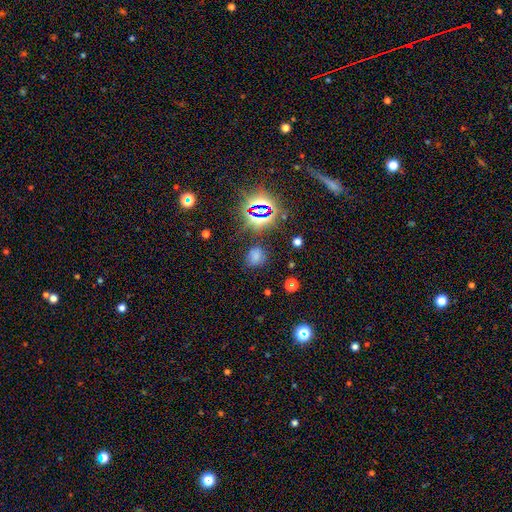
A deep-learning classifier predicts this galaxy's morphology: type=smooth (57%); roundness=round (60%); merging=none (74%).